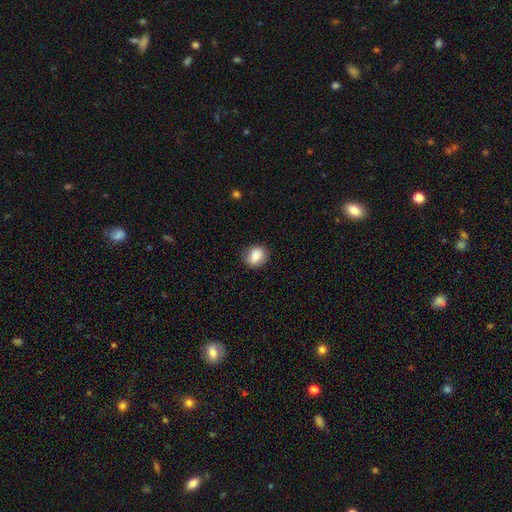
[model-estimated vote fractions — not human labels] Smooth or featured?
  - smooth: 85% *
  - star or artifact: 8%
  - featured or disk: 7%
How rounded?
  - round: 57% *
  - in between: 42%
  - cigar-shaped: 1%
Merging?
  - none: 84% *
  - minor disturbance: 12%
  - major disturbance: 3%
  - merger: 1%